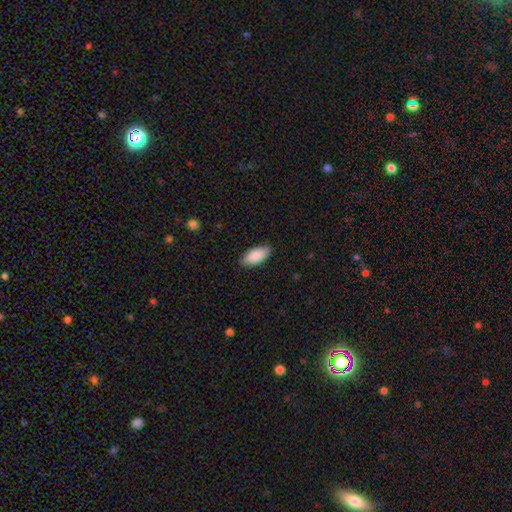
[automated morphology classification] Overall: smooth (89%). How rounded: in between (92%). Merging: none (86%).